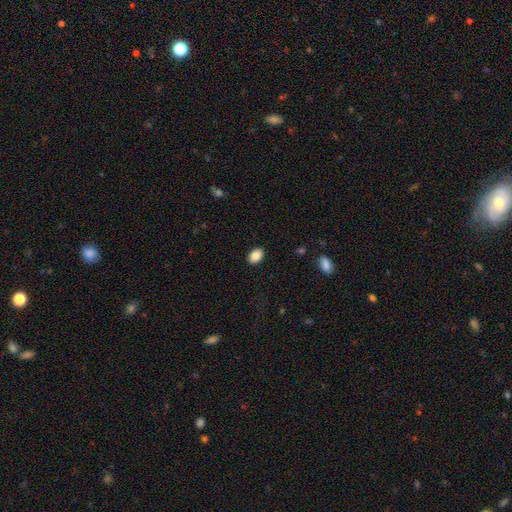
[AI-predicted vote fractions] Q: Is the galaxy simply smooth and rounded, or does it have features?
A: smooth — 88%.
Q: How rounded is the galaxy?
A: in between — 81%.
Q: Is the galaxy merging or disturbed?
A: none — 89%.